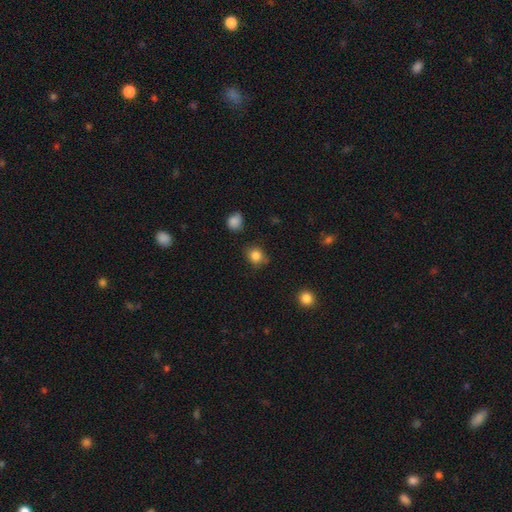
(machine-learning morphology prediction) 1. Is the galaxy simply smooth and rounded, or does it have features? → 84% smooth, 11% star or artifact, 5% featured or disk.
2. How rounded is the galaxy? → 76% round, 23% in between, 1% cigar-shaped.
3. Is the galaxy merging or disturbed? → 76% none, 17% minor disturbance, 4% major disturbance, 3% merger.